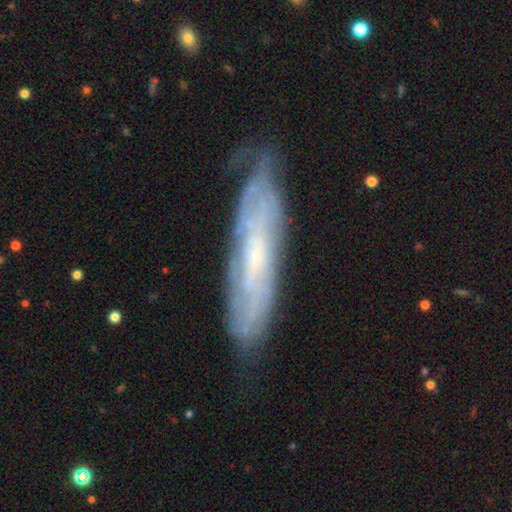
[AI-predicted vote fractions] smooth_or_featured: featured or disk (p=0.69) [alt: smooth p=0.23]
disk_edge_on: no (p=0.62) [alt: yes p=0.38]
merging: none (p=0.74) [alt: minor disturbance p=0.19]